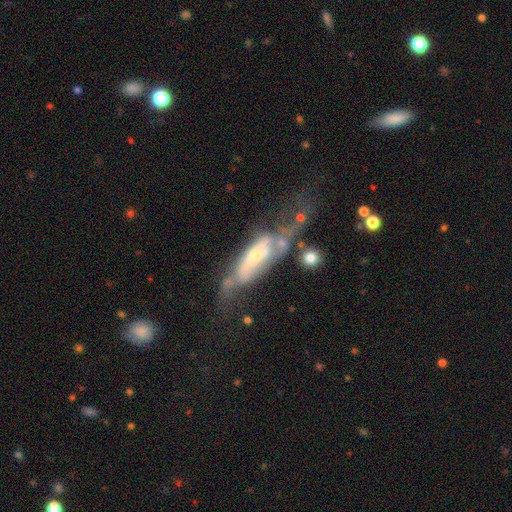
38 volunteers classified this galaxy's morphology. This appears to be a featured or disk galaxy (79%) with no bar (76%), no spiral arms (62%) and a small central bulge (48%). Merging: major disturbance (49%).